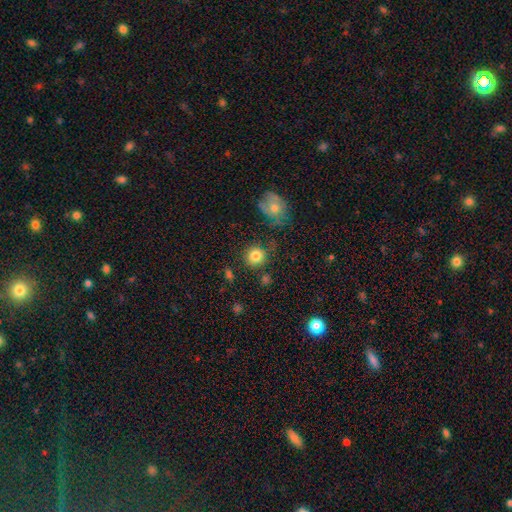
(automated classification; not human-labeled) A smooth galaxy with no disk features (83%) that is round (90%). Merging: none (82%).